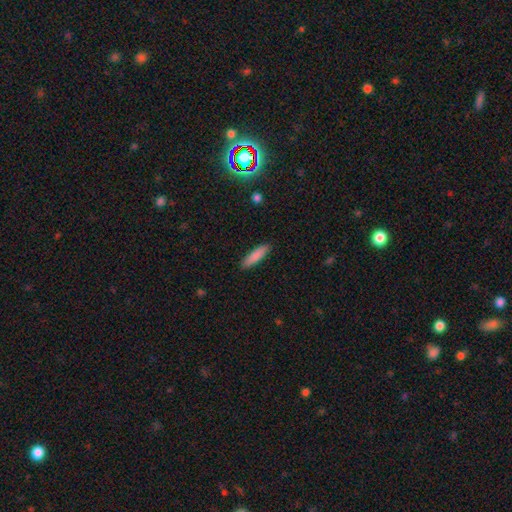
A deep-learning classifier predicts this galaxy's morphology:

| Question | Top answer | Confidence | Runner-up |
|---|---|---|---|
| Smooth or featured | smooth | 86% | featured or disk (9%) |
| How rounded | cigar-shaped | 76% | in between (23%) |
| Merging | none | 90% | minor disturbance (7%) |